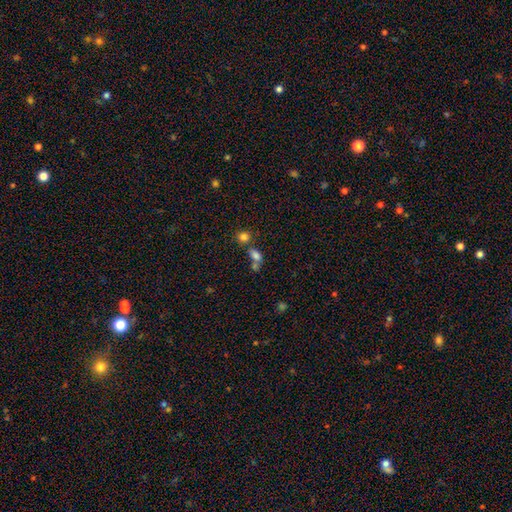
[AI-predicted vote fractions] Overall: smooth (77%). How rounded: in between (71%). Merging: none (44%; merger 39%).